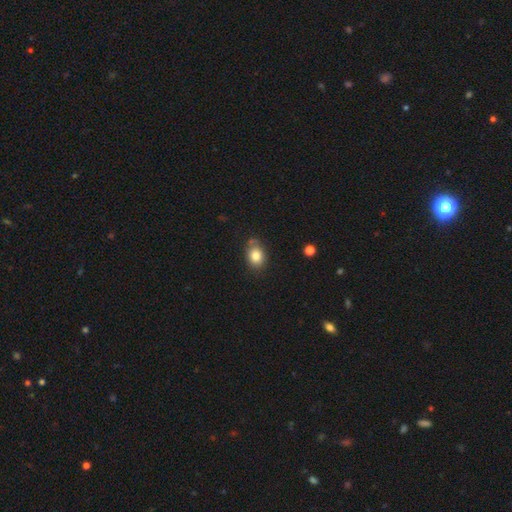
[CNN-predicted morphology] smooth_or_featured: smooth (p=0.81) [alt: star or artifact p=0.09]
how_rounded: in between (p=0.60) [alt: round p=0.39]
merging: none (p=0.70) [alt: minor disturbance p=0.21]